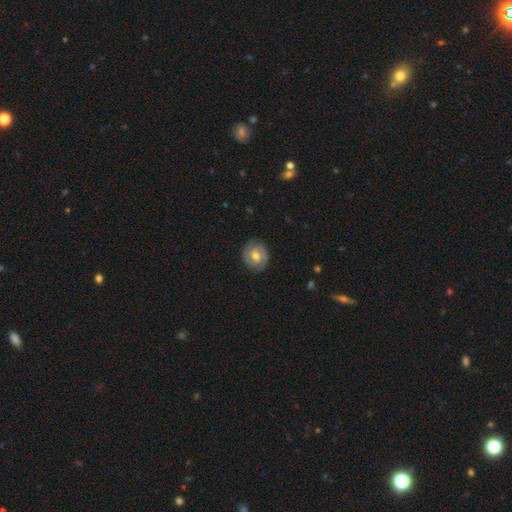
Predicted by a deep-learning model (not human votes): smooth_or_featured: featured or disk (p=0.61) [alt: smooth p=0.32]
disk_edge_on: no (p=0.97) [alt: yes p=0.03]
bar: weak (p=0.44) [tied with: no p=0.44]
has_spiral_arms: yes (p=0.82) [alt: no p=0.18]
bulge_size: moderate (p=0.72) [alt: small p=0.19]
merging: none (p=0.84) [alt: minor disturbance p=0.12]